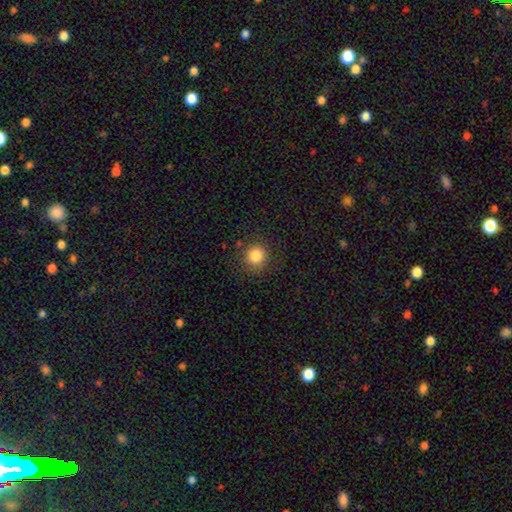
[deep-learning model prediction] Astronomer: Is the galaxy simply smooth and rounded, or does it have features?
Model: smooth — 84%.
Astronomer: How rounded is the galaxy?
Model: round — 92%.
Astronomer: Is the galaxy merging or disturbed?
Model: none — 87%.